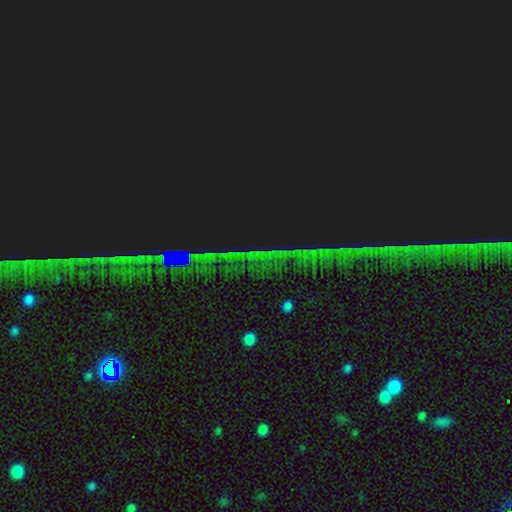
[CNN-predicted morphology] This is clearly a star or artifact rather than a galaxy (86%).